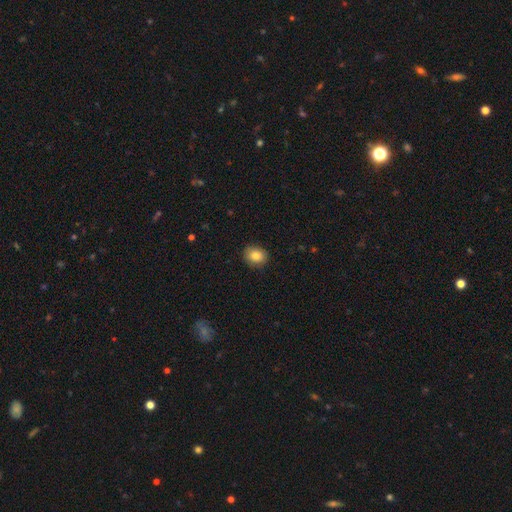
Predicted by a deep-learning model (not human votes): This is clearly a smooth galaxy (84%). How rounded: possibly round (56%). Merging: clearly none (88%).